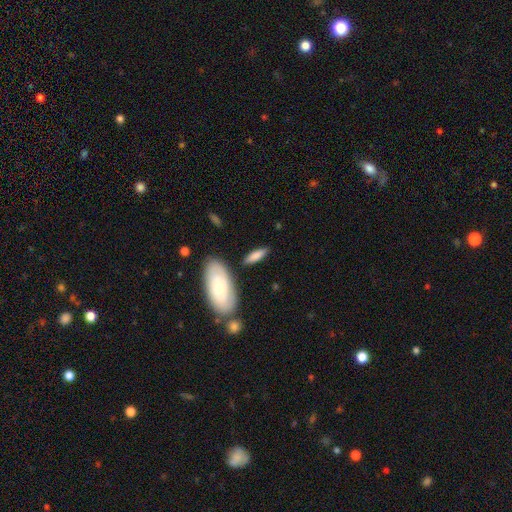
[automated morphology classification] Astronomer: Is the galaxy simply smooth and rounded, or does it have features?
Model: smooth — 75%.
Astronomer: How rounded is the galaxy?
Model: cigar-shaped — 50% (runner-up: in between, 47%).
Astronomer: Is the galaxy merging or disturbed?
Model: none — 79%.